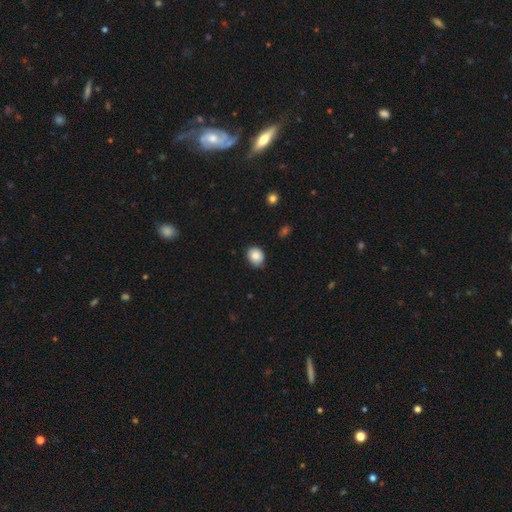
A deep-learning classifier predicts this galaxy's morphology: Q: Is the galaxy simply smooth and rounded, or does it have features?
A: smooth — 85%.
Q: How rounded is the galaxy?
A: round — 64%.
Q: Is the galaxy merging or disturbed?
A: none — 75%.